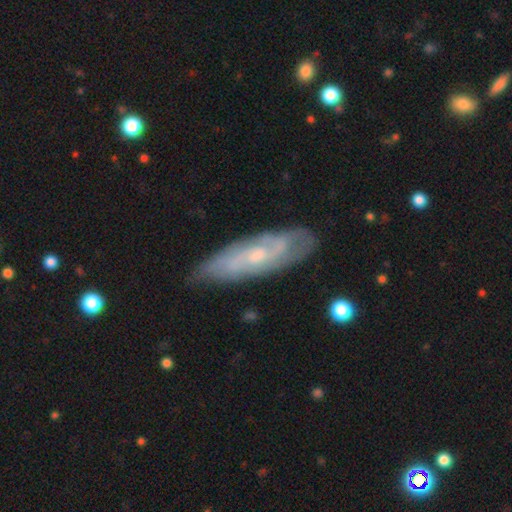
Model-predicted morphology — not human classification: type=featured or disk (71%); edge-on=no (80%); bar=no (60%); spiral arms=yes (88%); bulge=small (55%); merging=none (75%).